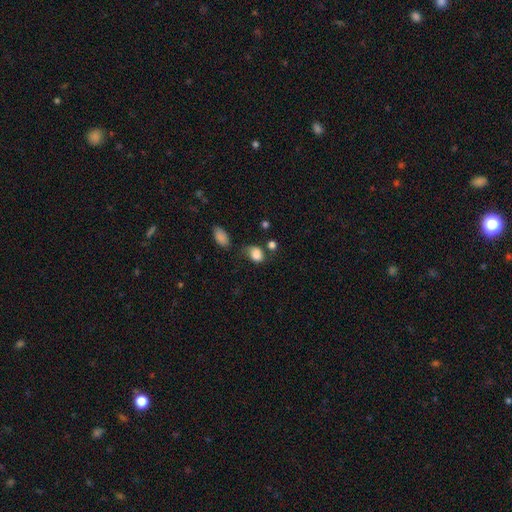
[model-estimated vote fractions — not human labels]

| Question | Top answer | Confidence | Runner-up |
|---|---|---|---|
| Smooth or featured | smooth | 83% | star or artifact (10%) |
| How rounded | in between | 61% | round (38%) |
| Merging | none | 44% | minor disturbance (30%) |